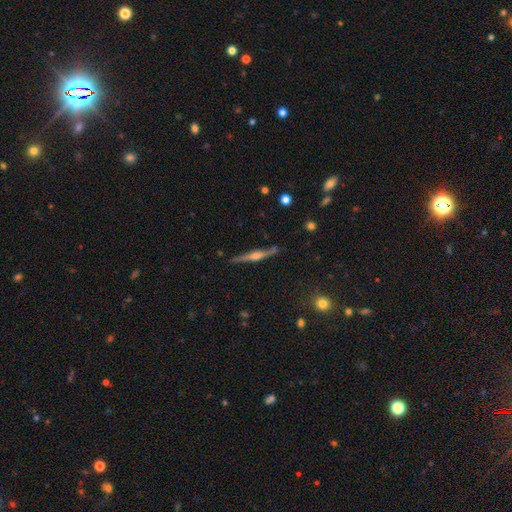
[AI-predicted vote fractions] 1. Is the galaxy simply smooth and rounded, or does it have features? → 75% featured or disk, 19% smooth, 6% star or artifact.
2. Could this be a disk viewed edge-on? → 97% yes, 3% no.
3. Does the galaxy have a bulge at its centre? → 77% rounded, 15% boxy, 8% none.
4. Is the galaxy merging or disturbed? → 84% none, 11% minor disturbance, 2% merger, 2% major disturbance.